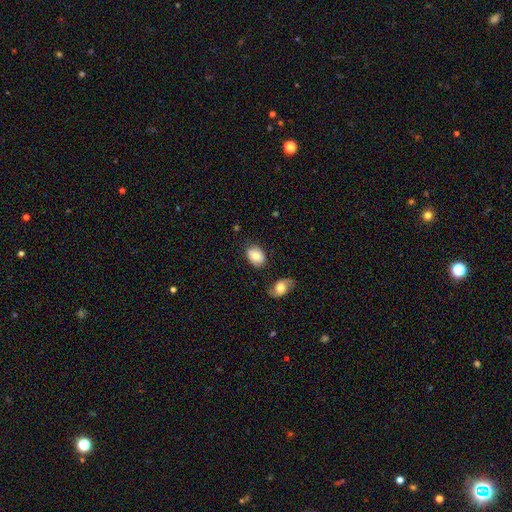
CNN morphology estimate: type=smooth (75%); roundness=in between (76%); merging=none (77%).